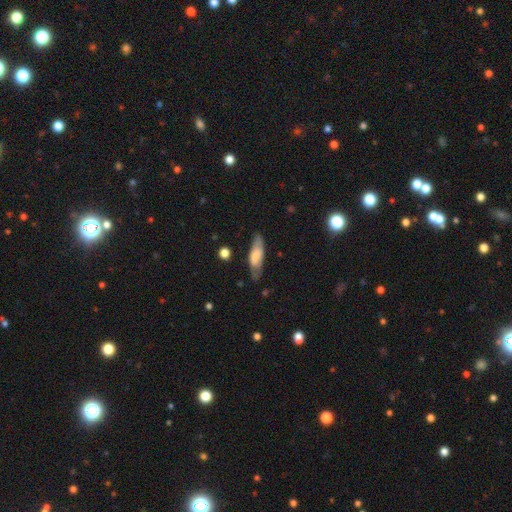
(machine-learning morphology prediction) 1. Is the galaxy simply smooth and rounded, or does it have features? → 66% smooth, 28% featured or disk, 7% star or artifact.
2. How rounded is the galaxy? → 55% in between, 43% cigar-shaped, 2% round.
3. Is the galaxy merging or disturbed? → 67% none, 24% minor disturbance, 7% major disturbance, 2% merger.